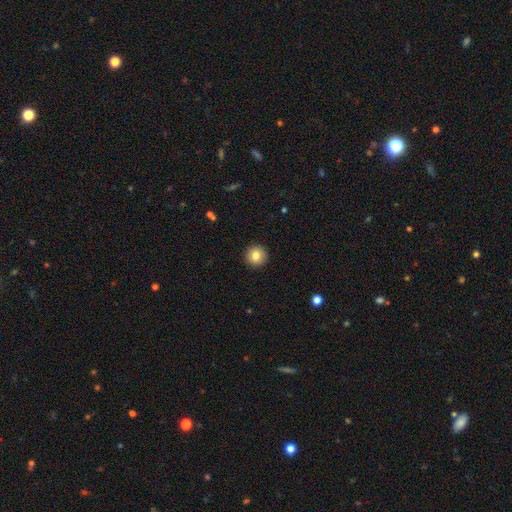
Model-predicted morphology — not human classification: A smooth galaxy with no disk features (83%) that is round (96%).

Vote fractions:
- Smooth or featured? smooth: 83% / star or artifact: 9% / featured or disk: 8%
- How rounded? round: 96% / in between: 3% / cigar-shaped: 1%
- Merging? none: 93% / minor disturbance: 5% / major disturbance: 2% / merger: 1%